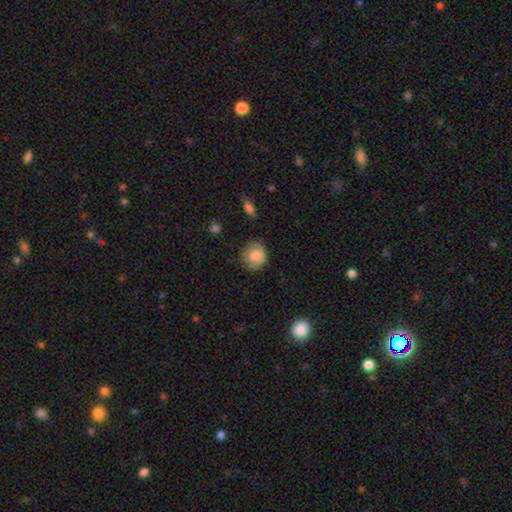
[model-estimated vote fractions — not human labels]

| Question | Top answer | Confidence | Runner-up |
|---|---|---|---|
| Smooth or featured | smooth | 83% | featured or disk (9%) |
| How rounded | round | 83% | in between (16%) |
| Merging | none | 75% | minor disturbance (19%) |